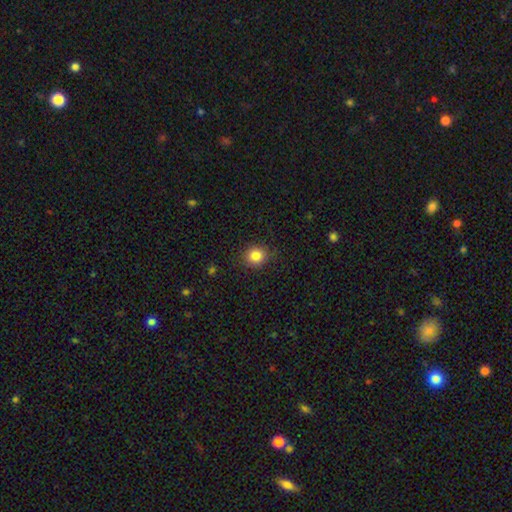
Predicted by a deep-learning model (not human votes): Morphology: type=smooth (85%); roundness=round (81%); merging=none (86%).